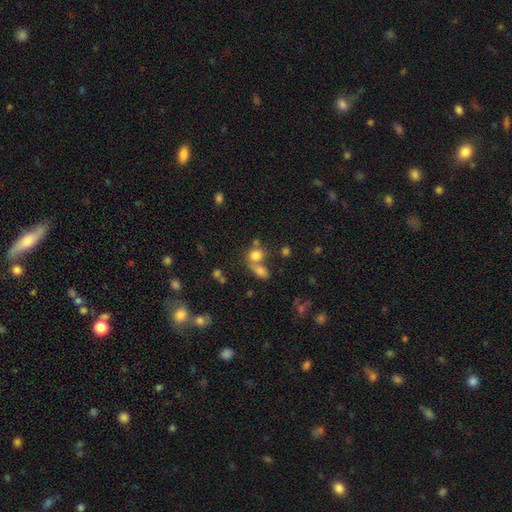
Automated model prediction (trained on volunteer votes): Smooth or featured: smooth — 76% (star or artifact — 14%)
How rounded: round — 67% (in between — 31%)
Merging: merger — 47% (none — 39%)